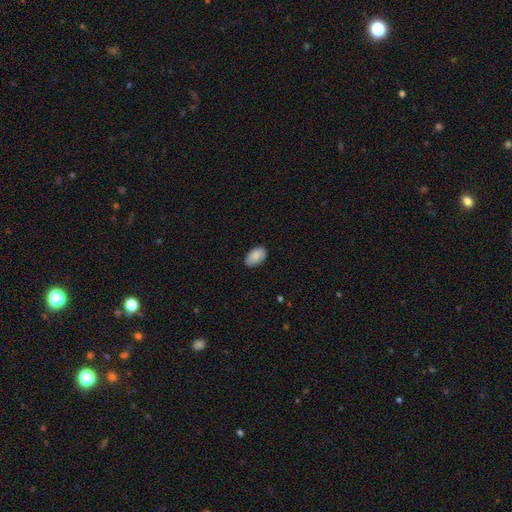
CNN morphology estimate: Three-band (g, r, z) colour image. It shows a smooth galaxy with no disk features (88%) that is in between round and cigar-shaped (94%). Merging: none (83%).